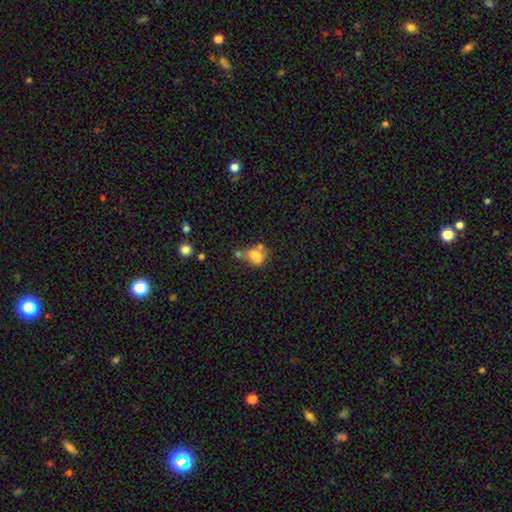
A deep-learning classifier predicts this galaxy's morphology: Overall: smooth (70%). How rounded: in between (59%; round 39%). Merging: merger (37%; none 31%).